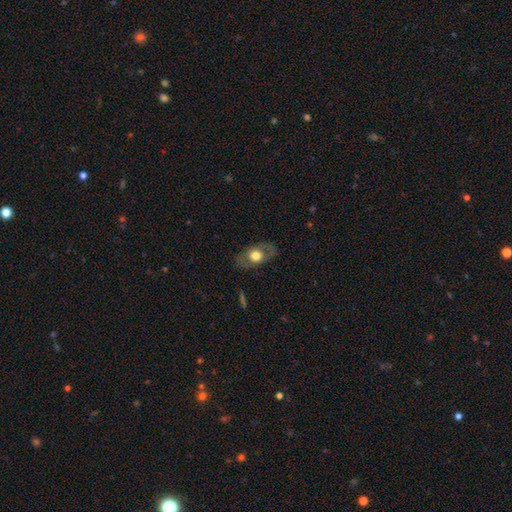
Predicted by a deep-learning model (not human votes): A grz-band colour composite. It shows a smooth galaxy with no disk features (49%). Merging: none (79%).